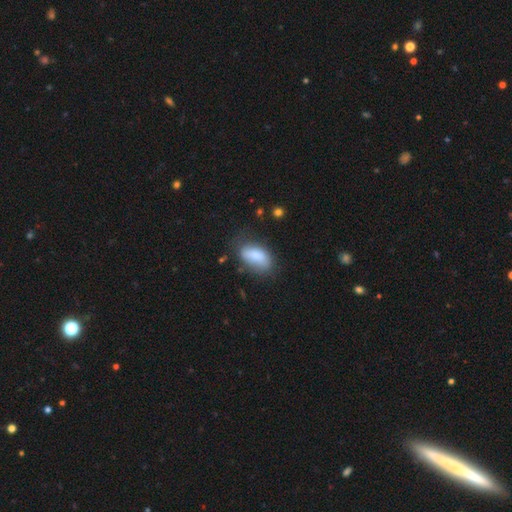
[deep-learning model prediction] smooth-or-featured: smooth: 80% | featured or disk: 12% | star or artifact: 7%
  how-rounded: in between: 91% | round: 5% | cigar-shaped: 4%
  merging: none: 57% | minor disturbance: 28% | major disturbance: 12% | merger: 3%